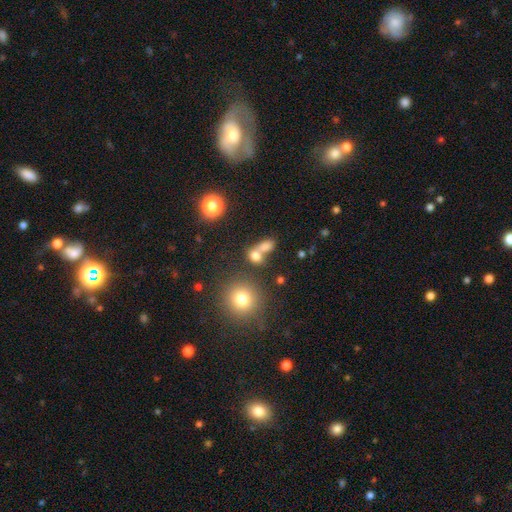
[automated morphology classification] Q: Smooth or featured?
A: smooth (73%); runner-up: star or artifact (15%)
Q: How rounded?
A: in between (52%); runner-up: round (44%)
Q: Merging?
A: merger (51%); runner-up: none (35%)